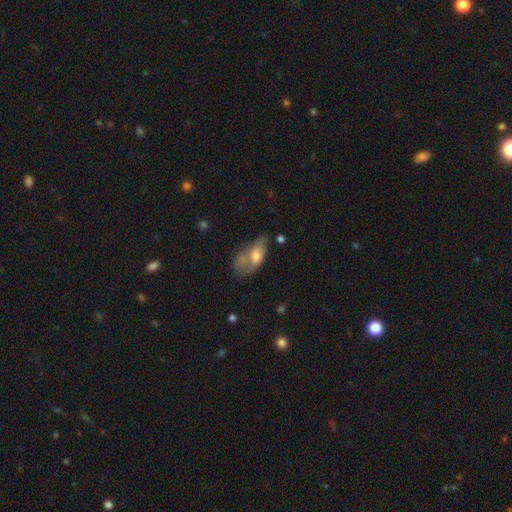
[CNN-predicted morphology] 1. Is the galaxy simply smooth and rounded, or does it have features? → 60% smooth, 32% featured or disk, 8% star or artifact.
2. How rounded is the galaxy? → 84% in between, 10% cigar-shaped, 5% round.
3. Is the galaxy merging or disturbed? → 31% major disturbance, 26% minor disturbance, 25% none, 18% merger.